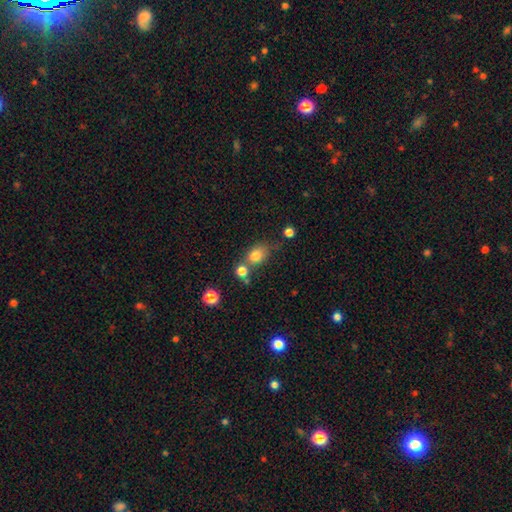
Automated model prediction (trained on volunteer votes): Smooth or featured? smooth (79%)
How rounded? in between (57%)
Merging? none (51%)